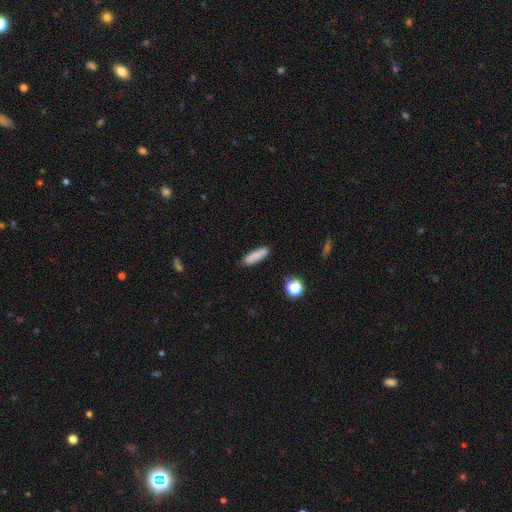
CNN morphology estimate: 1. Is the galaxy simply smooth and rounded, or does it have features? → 82% smooth, 9% featured or disk, 9% star or artifact.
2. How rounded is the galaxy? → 61% cigar-shaped, 37% in between, 2% round.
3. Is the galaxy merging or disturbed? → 84% none, 12% minor disturbance, 2% major disturbance, 2% merger.